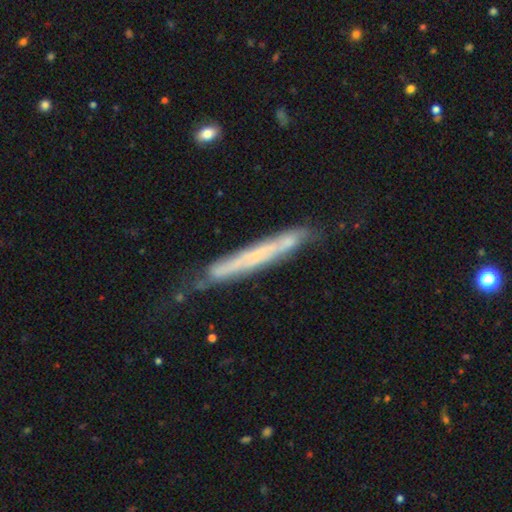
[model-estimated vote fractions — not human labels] smooth_or_featured: featured or disk (p=0.58) [alt: smooth p=0.34]
disk_edge_on: yes (p=0.85) [alt: no p=0.15]
merging: none (p=0.65) [alt: minor disturbance p=0.24]